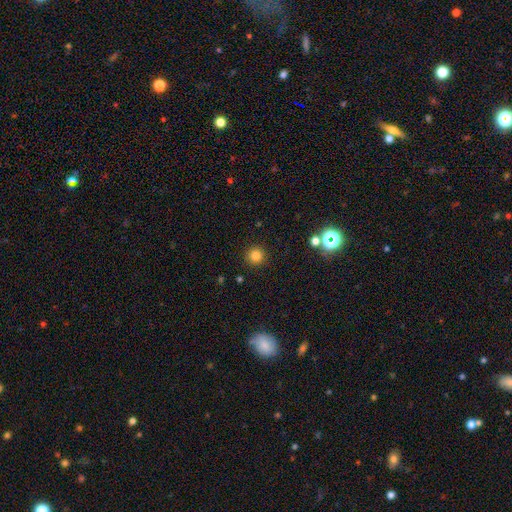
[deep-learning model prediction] smooth 81%, star or artifact 14%, featured or disk 5%. Down the decision tree: how rounded — round (95%); merging — none (91%).